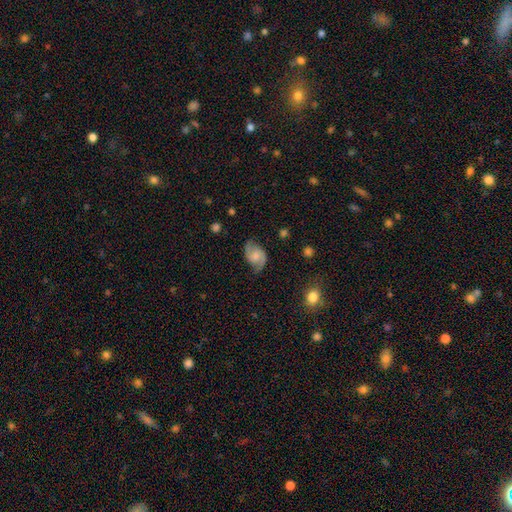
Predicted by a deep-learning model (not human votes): Smooth or featured? featured or disk (71%)
Edge-on disk? no (97%)
Bar? no (53%)
Spiral arms? yes (94%)
Spiral winding? medium (48%)
Spiral arm count? 2 (90%)
Bulge size? moderate (34%, tied with small)
Merging? none (72%)